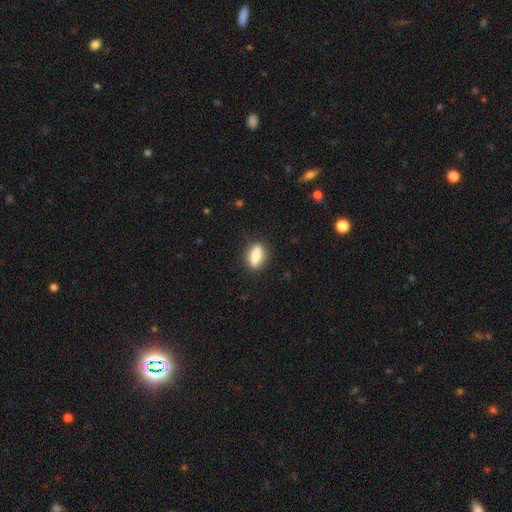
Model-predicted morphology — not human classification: smooth-or-featured: smooth: 72% | featured or disk: 20% | star or artifact: 8%
  how-rounded: in between: 62% | cigar-shaped: 29% | round: 9%
  merging: none: 85% | minor disturbance: 10% | major disturbance: 3% | merger: 1%